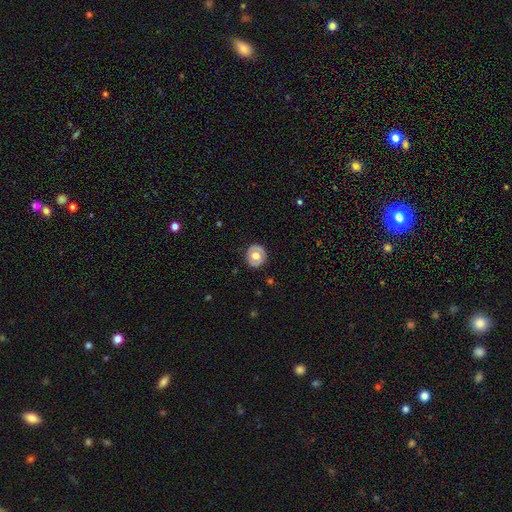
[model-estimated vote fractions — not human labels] The model was most divided on "smooth or featured": smooth: 59%, featured or disk: 35%, star or artifact: 7%. More confident: merging — none (87%); how rounded — round (83%).